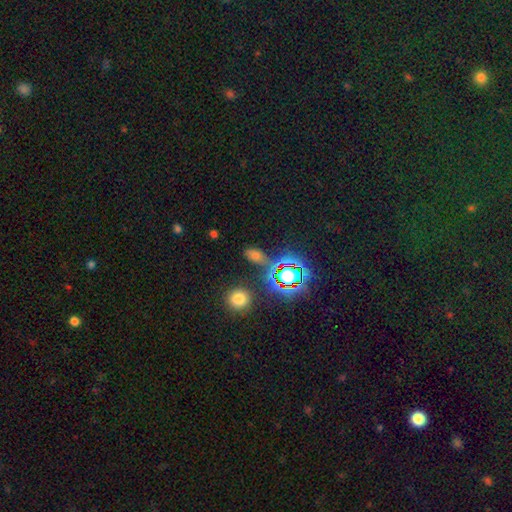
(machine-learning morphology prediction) This appears to be a smooth galaxy with no disk features (47%). Merging: none (70%).